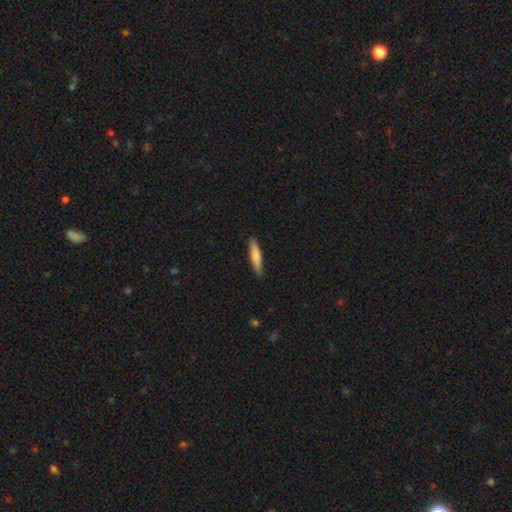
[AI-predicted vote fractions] Smooth or featured? Predicted: smooth (p=0.78). How rounded? Predicted: cigar-shaped (p=0.86). Merging? Predicted: none (p=0.88).